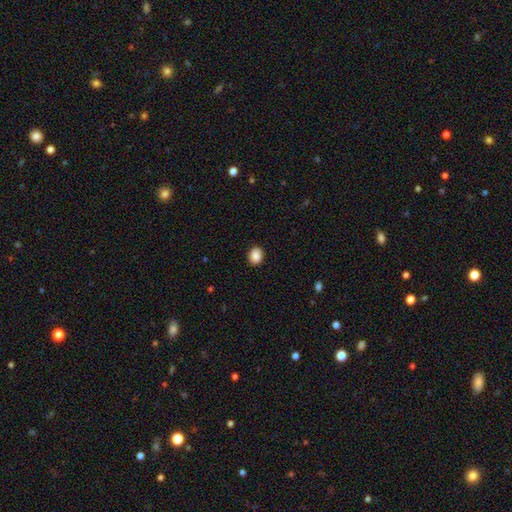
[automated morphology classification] Smooth or featured: smooth — 88% (star or artifact — 8%)
How rounded: round — 53% (in between — 47%)
Merging: none — 88% (minor disturbance — 9%)